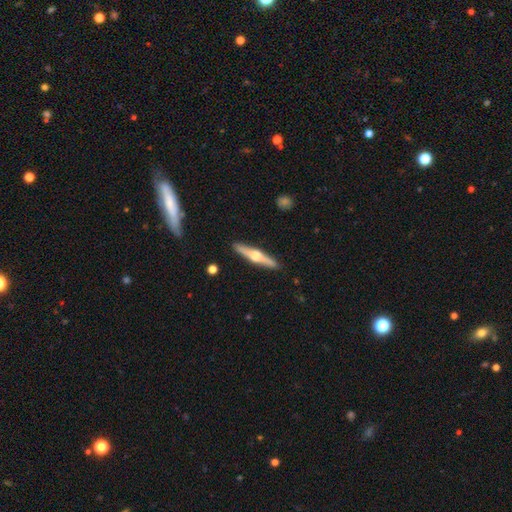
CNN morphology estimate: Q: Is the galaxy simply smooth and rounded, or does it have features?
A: featured or disk — 73%.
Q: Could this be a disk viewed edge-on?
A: yes — 97%.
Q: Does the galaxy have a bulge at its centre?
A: rounded — 94%.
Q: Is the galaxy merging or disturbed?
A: none — 91%.